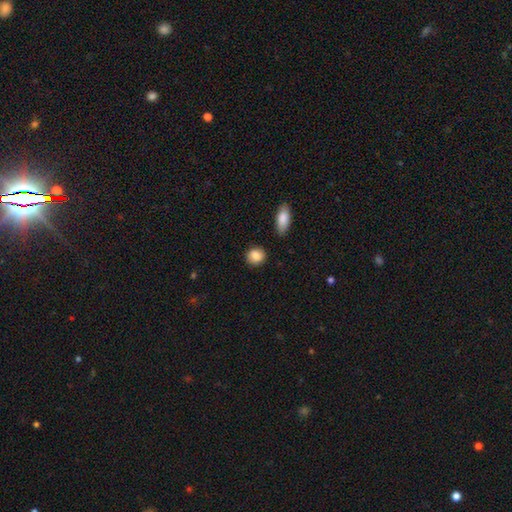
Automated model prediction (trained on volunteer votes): Smooth or featured? Predicted: smooth (p=0.88). How rounded? Predicted: round (p=0.76). Merging? Predicted: none (p=0.86).